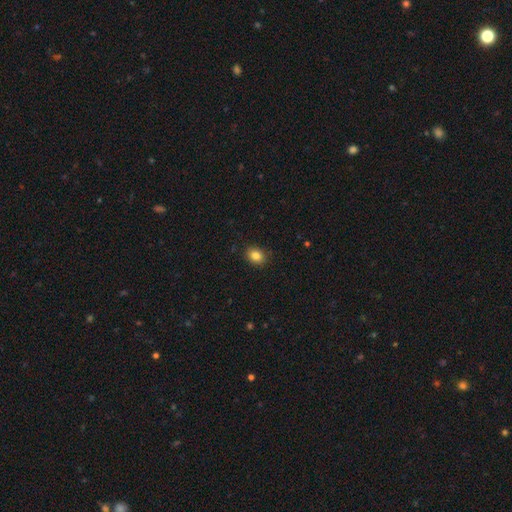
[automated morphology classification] A smooth galaxy with no disk features (84%) that is round (51%). Merging: none (88%).